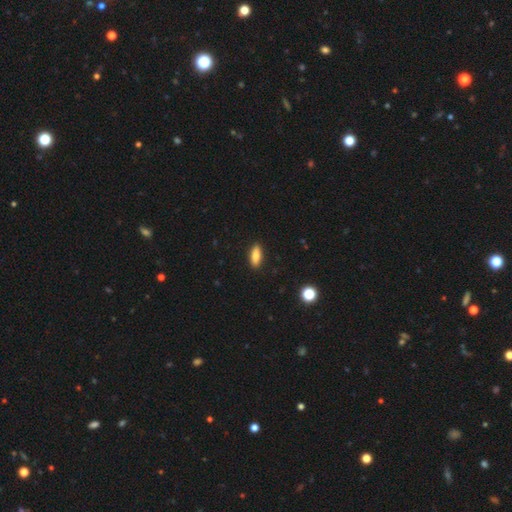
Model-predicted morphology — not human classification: smooth_or_featured: smooth (p=0.85) [alt: featured or disk p=0.08]
how_rounded: in between (p=0.70) [alt: cigar-shaped p=0.28]
merging: none (p=0.90) [alt: minor disturbance p=0.07]